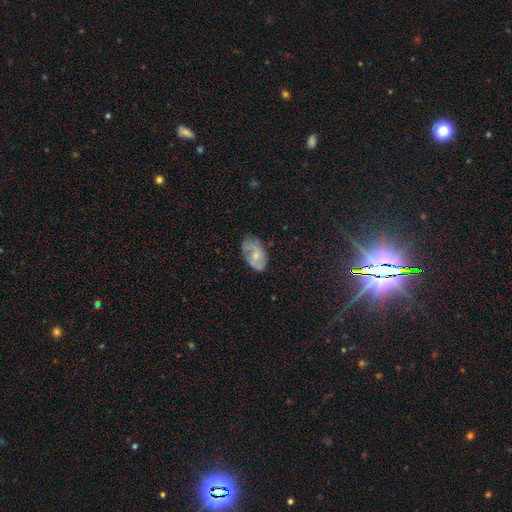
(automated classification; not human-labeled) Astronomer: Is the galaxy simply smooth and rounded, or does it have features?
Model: featured or disk — 47% (runner-up: smooth, 46%).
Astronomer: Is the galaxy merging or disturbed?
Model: none — 56%.